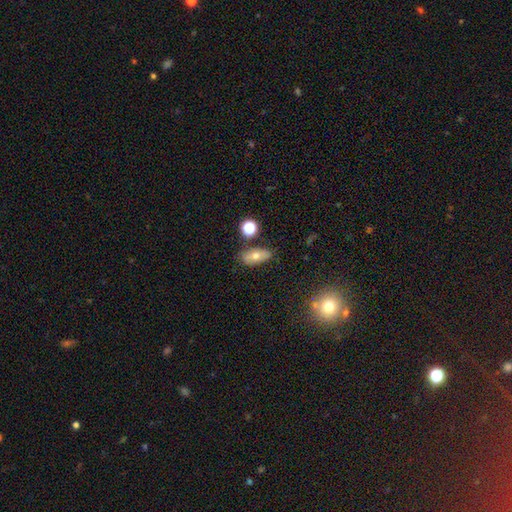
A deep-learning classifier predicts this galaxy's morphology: This is likely a smooth galaxy (65%). How rounded: clearly in between (80%). Merging: likely none (77%).